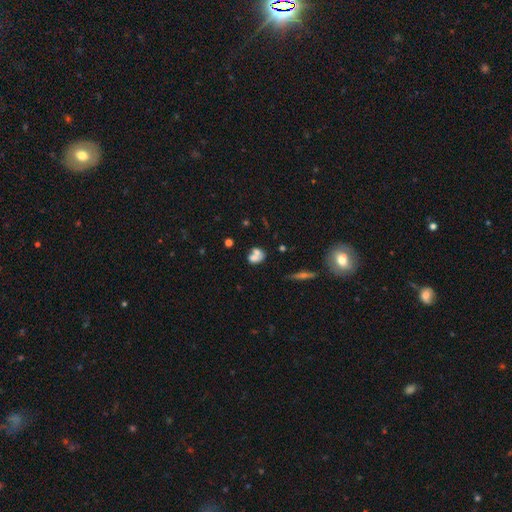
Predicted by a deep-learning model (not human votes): smooth_or_featured: smooth (p=0.61) [alt: featured or disk p=0.26]
how_rounded: in between (p=0.53) [alt: round p=0.45]
merging: merger (p=0.51) [alt: none p=0.31]